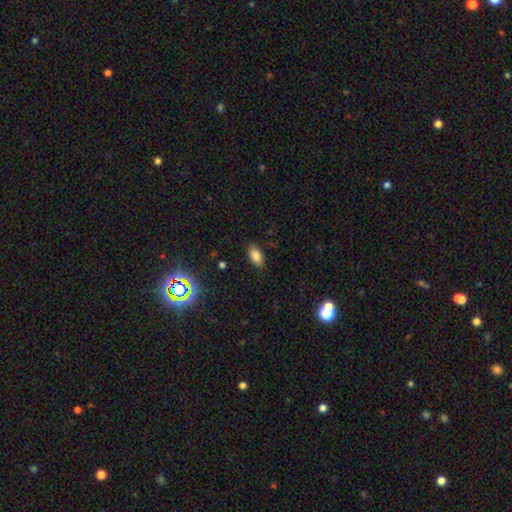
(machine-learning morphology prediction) Overall: smooth (81%). How rounded: in between (92%). Merging: none (85%).